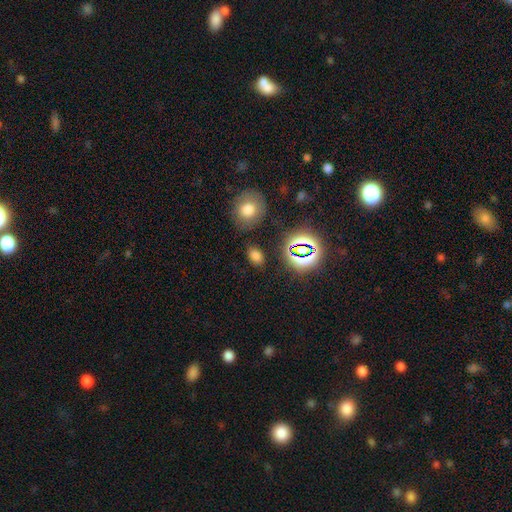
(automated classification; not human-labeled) Q: Smooth or featured?
A: smooth (69%); runner-up: star or artifact (25%)
Q: How rounded?
A: in between (78%); runner-up: round (20%)
Q: Merging?
A: none (83%); runner-up: minor disturbance (10%)